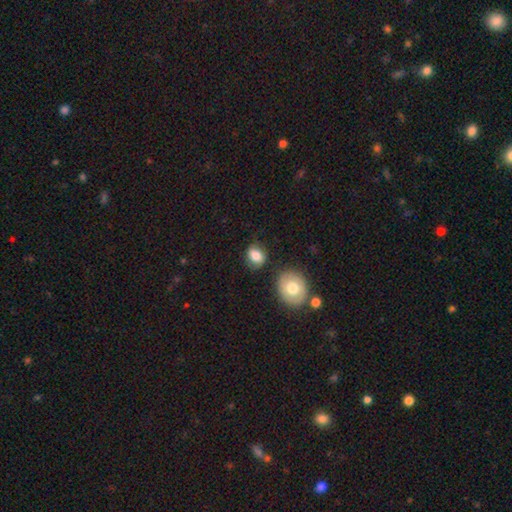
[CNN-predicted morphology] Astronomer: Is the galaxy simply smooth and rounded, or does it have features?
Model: smooth — 82%.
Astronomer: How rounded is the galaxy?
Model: in between — 53% (runner-up: round, 45%).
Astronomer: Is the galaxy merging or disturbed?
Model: none — 71%.